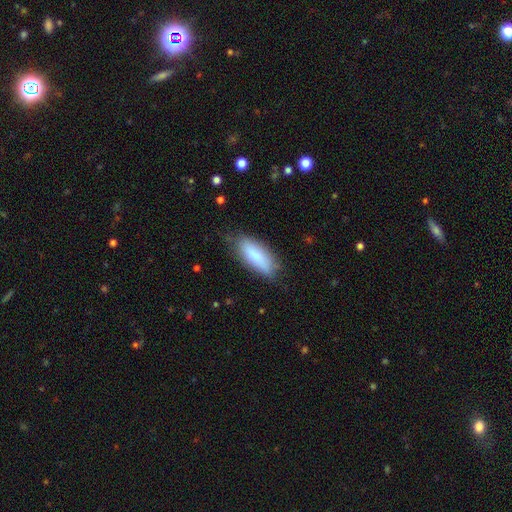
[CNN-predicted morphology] Smooth or featured?
  - smooth: 83% *
  - featured or disk: 11%
  - star or artifact: 6%
How rounded?
  - in between: 73% *
  - cigar-shaped: 25%
  - round: 2%
Merging?
  - none: 73% *
  - minor disturbance: 21%
  - major disturbance: 5%
  - merger: 2%